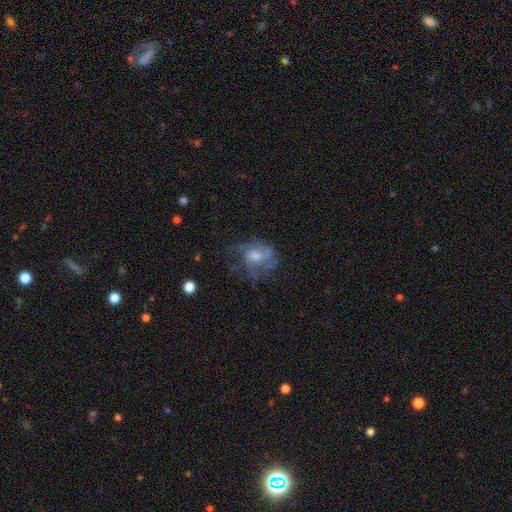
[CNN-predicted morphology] This appears to be a featured or disk galaxy (65%) with no bar (69%), spiral arms (74%) and a moderate central bulge (57%). Merging: none (49%).